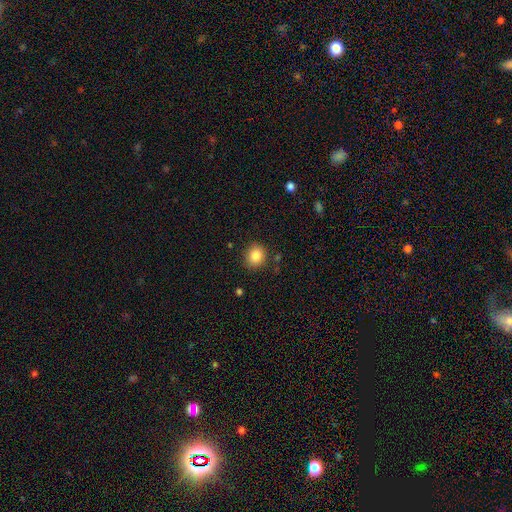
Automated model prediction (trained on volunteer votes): Overall: smooth (85%). How rounded: round (78%). Merging: none (85%).